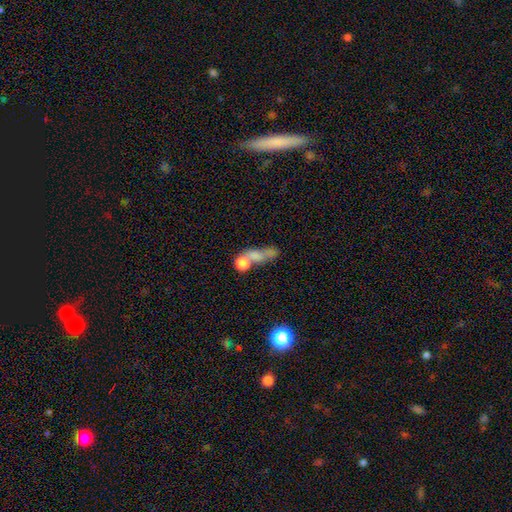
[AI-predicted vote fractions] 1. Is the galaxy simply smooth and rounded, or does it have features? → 66% smooth, 20% featured or disk, 14% star or artifact.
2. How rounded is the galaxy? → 41% in between, 38% round, 21% cigar-shaped.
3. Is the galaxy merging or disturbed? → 52% merger, 24% none, 14% major disturbance, 10% minor disturbance.